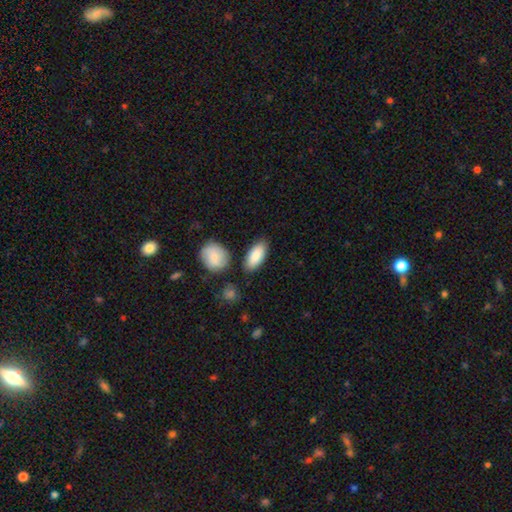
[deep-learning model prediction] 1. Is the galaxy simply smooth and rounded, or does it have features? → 86% smooth, 8% featured or disk, 6% star or artifact.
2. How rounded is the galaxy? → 89% in between, 8% cigar-shaped, 3% round.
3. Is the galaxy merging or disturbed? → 81% none, 11% minor disturbance, 6% merger, 3% major disturbance.